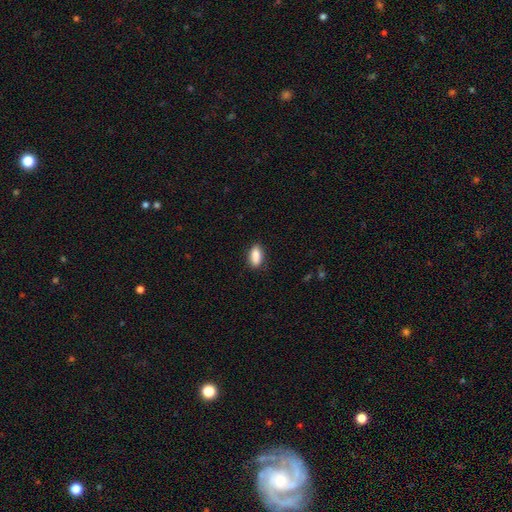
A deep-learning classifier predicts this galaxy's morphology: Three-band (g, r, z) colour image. It shows a smooth galaxy with no disk features (88%) that is in between round and cigar-shaped (87%). Merging: none (85%).